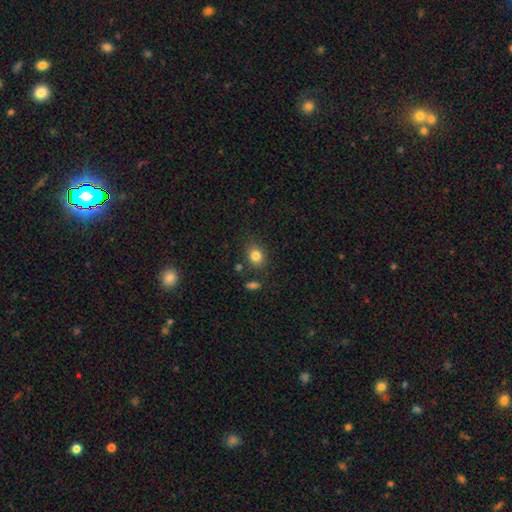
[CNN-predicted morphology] smooth-or-featured: smooth: 83% | star or artifact: 10% | featured or disk: 7%
  how-rounded: round: 61% | in between: 38% | cigar-shaped: 1%
  merging: none: 79% | minor disturbance: 12% | merger: 5% | major disturbance: 4%